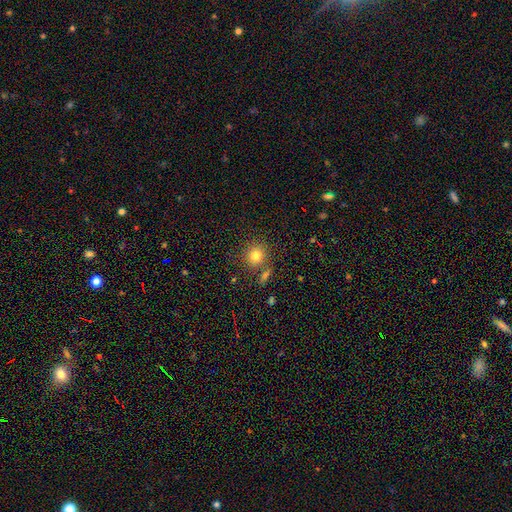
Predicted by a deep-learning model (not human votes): smooth_or_featured: smooth (p=0.79) [alt: star or artifact p=0.13]
how_rounded: round (p=0.88) [alt: in between p=0.11]
merging: none (p=0.77) [alt: merger p=0.10]